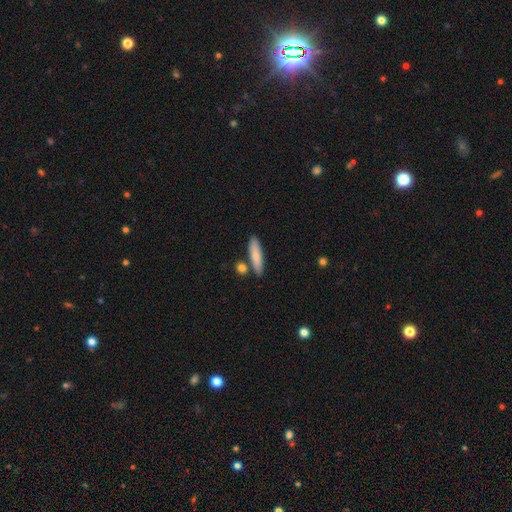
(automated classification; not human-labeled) Q: Smooth or featured?
A: smooth (80%); runner-up: featured or disk (14%)
Q: How rounded?
A: cigar-shaped (76%); runner-up: in between (21%)
Q: Merging?
A: none (79%); runner-up: minor disturbance (10%)